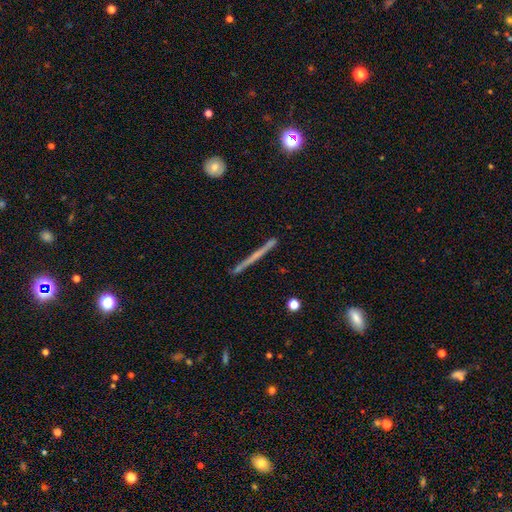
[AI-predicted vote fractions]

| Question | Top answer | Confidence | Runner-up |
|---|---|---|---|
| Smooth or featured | featured or disk | 59% | smooth (35%) |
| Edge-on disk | yes | 97% | no (3%) |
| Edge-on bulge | none | 80% | rounded (14%) |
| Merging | none | 86% | minor disturbance (10%) |